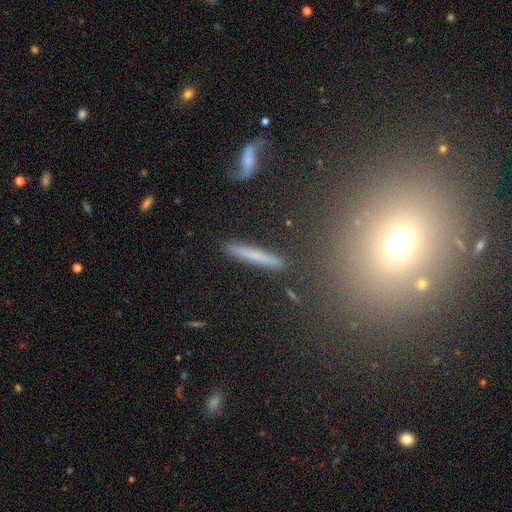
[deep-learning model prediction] The model was most divided on "smooth or featured": smooth: 58%, featured or disk: 33%, star or artifact: 10%. More confident: how rounded — cigar-shaped (95%); merging — none (87%).